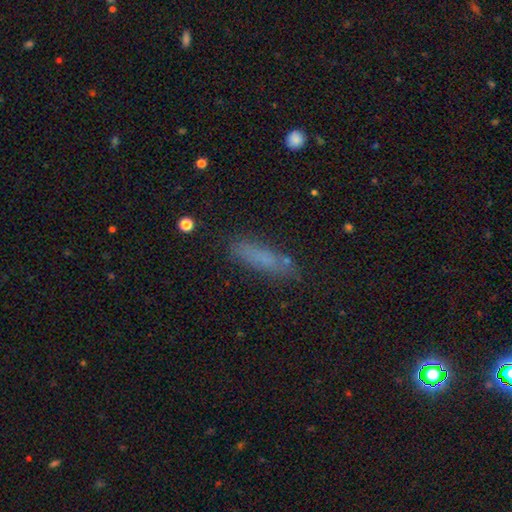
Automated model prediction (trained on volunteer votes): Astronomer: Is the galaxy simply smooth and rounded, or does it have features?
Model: smooth — 69%.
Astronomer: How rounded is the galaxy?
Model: cigar-shaped — 71%.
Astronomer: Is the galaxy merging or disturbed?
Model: none — 78%.